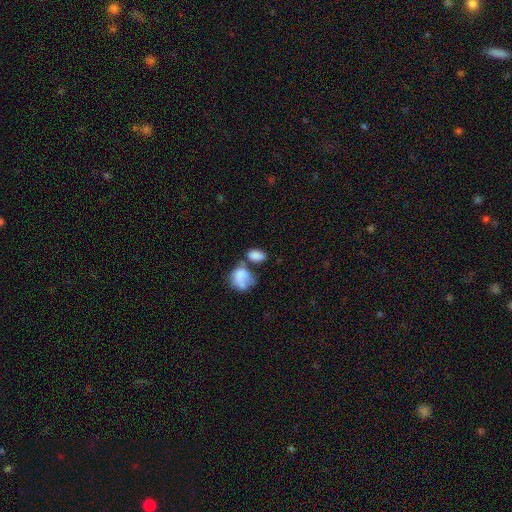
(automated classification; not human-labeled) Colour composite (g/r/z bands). It shows a smooth galaxy with no disk features (82%) that is in between round and cigar-shaped (82%). Merging: merger (37%).